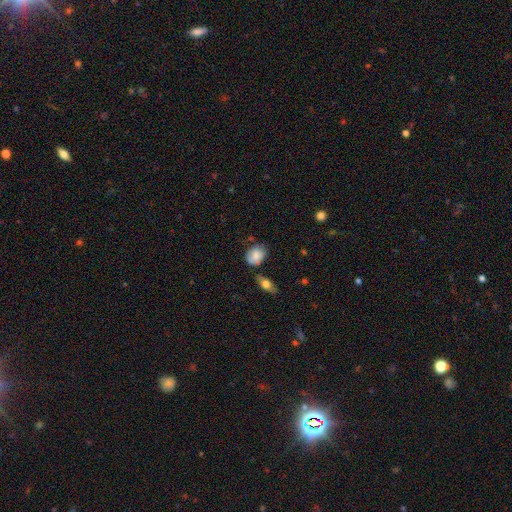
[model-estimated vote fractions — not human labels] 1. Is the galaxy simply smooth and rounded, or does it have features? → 76% smooth, 16% featured or disk, 7% star or artifact.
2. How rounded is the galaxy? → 57% in between, 41% round, 2% cigar-shaped.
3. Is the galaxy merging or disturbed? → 59% none, 27% minor disturbance, 8% merger, 6% major disturbance.